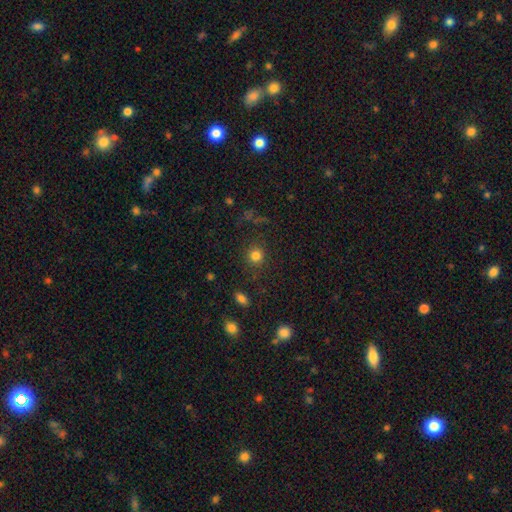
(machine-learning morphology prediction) smooth-or-featured: smooth: 81% | star or artifact: 13% | featured or disk: 5%
  how-rounded: round: 90% | in between: 9% | cigar-shaped: 1%
  merging: none: 87% | minor disturbance: 8% | major disturbance: 3% | merger: 2%